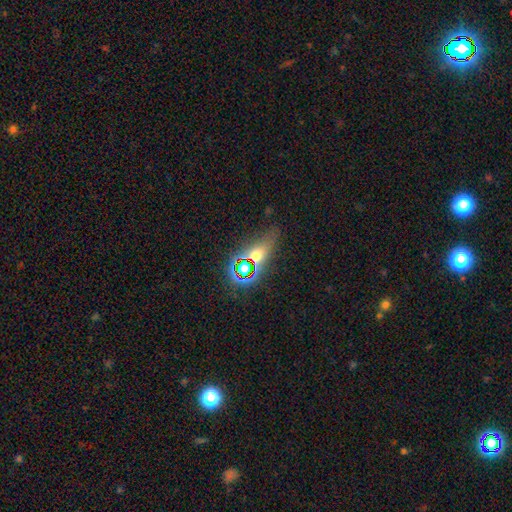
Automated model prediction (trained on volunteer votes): smooth-or-featured: smooth: 49% | star or artifact: 33% | featured or disk: 18%
  merging: none: 65% | minor disturbance: 18% | major disturbance: 10% | merger: 8%